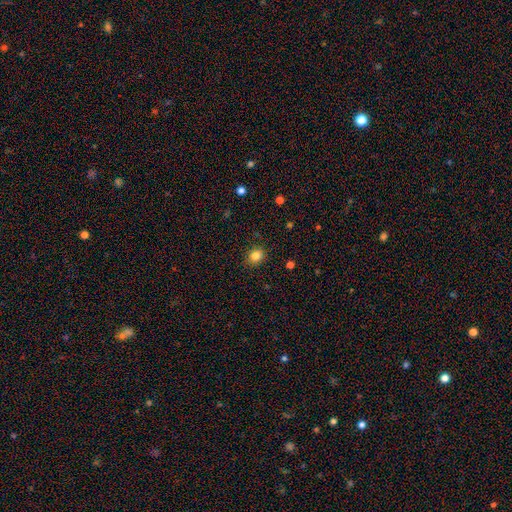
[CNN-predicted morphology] smooth_or_featured: smooth (p=0.83) [alt: star or artifact p=0.11]
how_rounded: round (p=0.61) [alt: in between p=0.38]
merging: none (p=0.87) [alt: minor disturbance p=0.09]